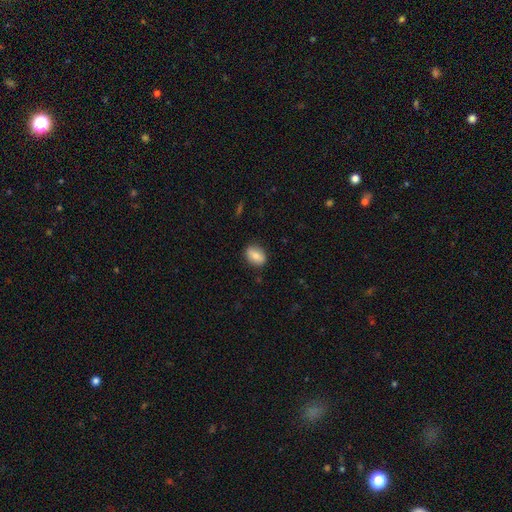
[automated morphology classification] Overall: smooth (78%). How rounded: in between (77%). Merging: none (86%).